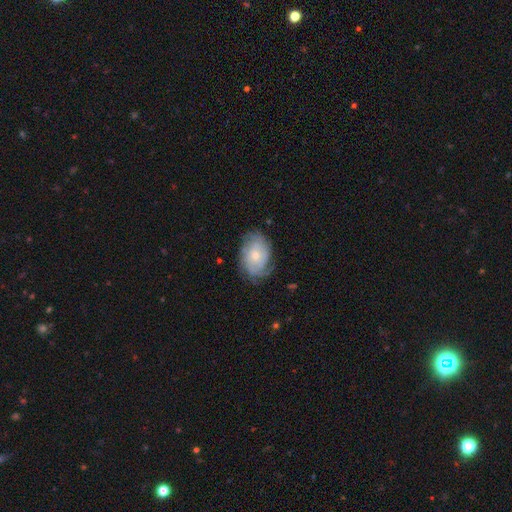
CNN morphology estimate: This appears to be a featured or disk galaxy (71%) with no bar (77%), tight (58%) spiral arms (89%) and a small central bulge (54%). Merging: none (69%).